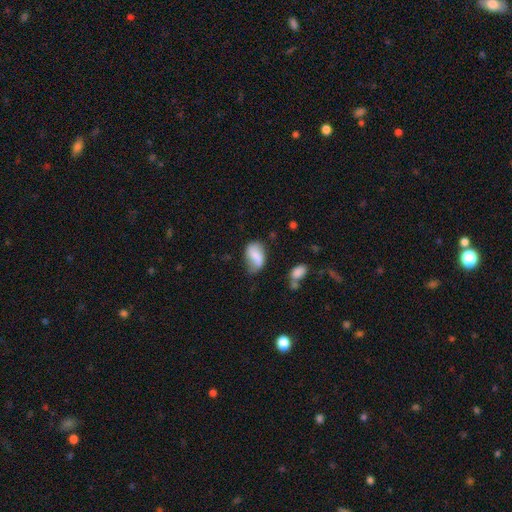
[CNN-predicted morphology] Smooth or featured? smooth (68%)
How rounded? in between (88%)
Merging? none (46%)